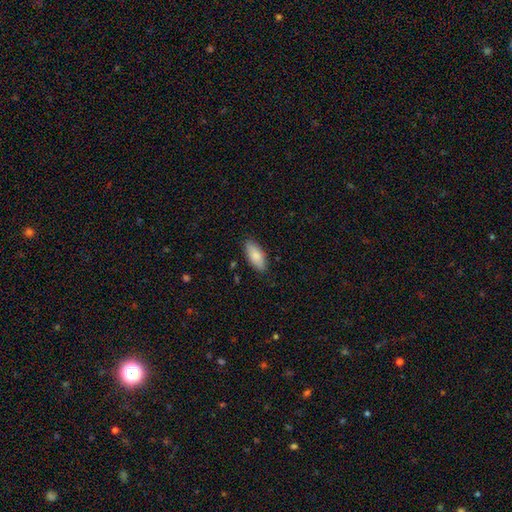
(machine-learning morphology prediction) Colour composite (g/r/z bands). It shows a smooth galaxy with no disk features (85%) that is in between round and cigar-shaped (85%). Merging: none (86%).